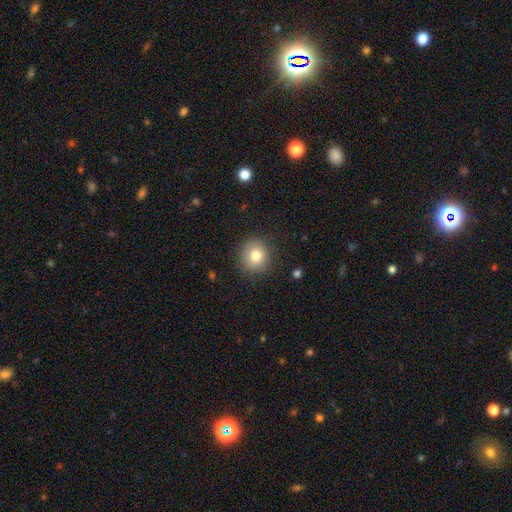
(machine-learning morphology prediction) Smooth or featured? smooth (80%)
How rounded? round (85%)
Merging? none (87%)